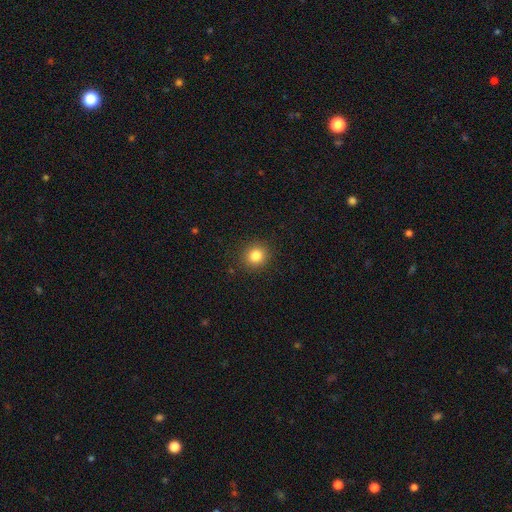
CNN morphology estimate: Overall: smooth (83%). How rounded: round (88%). Merging: none (90%).